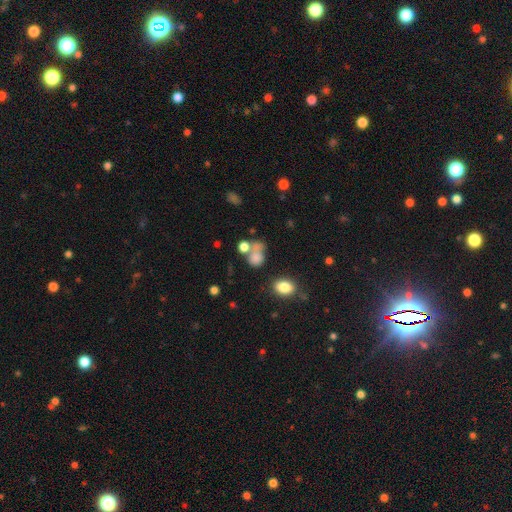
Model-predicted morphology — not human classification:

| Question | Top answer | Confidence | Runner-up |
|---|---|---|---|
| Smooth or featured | smooth | 74% | star or artifact (13%) |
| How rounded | round | 54% | in between (44%) |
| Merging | merger | 38% | none (30%) |